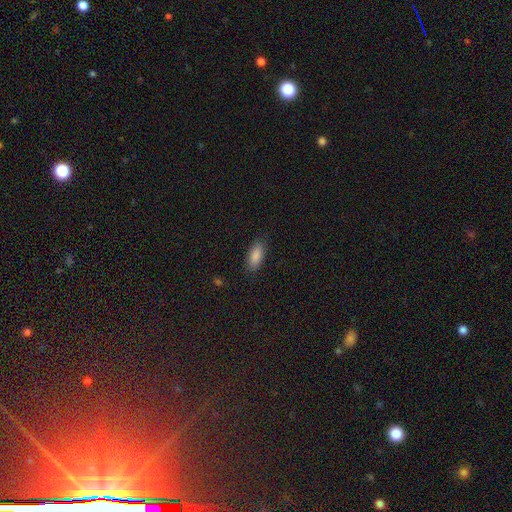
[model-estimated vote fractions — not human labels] The model was most divided on "merging": none: 85%, minor disturbance: 11%, major disturbance: 3%, merger: 1%. More confident: smooth or featured — smooth (87%); how rounded — in between (86%).